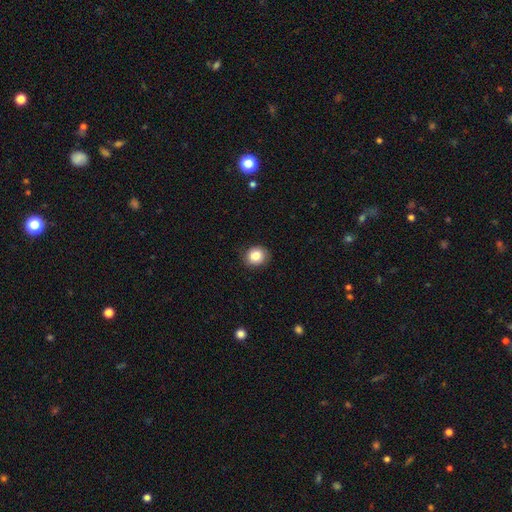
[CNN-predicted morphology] The model was most divided on "how rounded": round: 79%, in between: 20%, cigar-shaped: 1%. More confident: merging — none (86%); smooth or featured — smooth (82%).